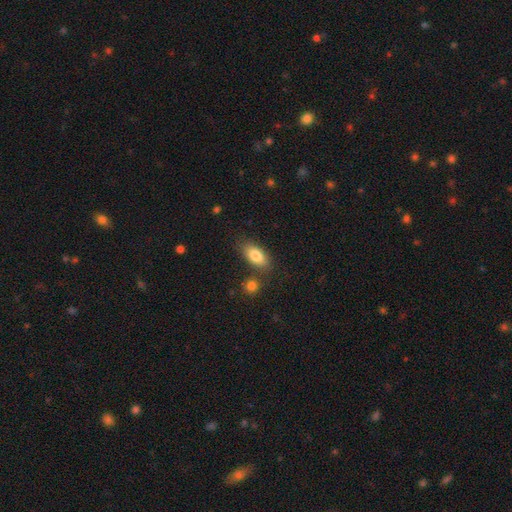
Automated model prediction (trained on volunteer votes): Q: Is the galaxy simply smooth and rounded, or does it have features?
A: smooth — 82%.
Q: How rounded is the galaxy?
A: in between — 88%.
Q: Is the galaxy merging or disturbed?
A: none — 75%.